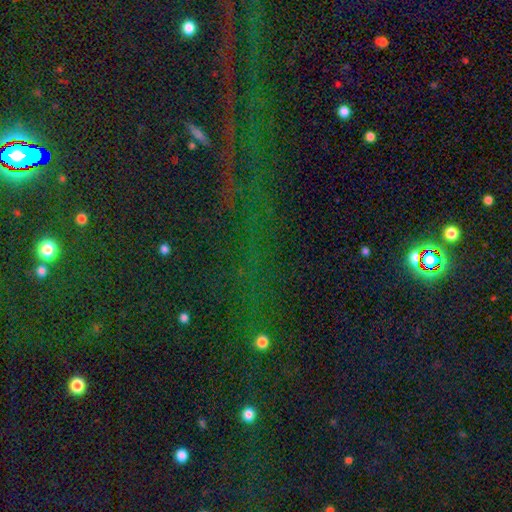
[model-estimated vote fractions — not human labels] The model was most divided on "smooth or featured": star or artifact: 78%, smooth: 13%, featured or disk: 9%.